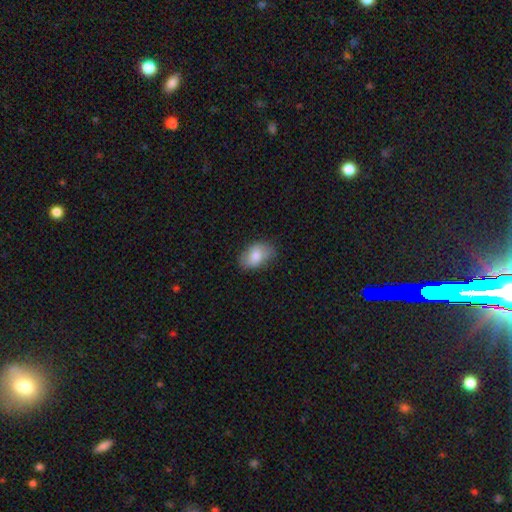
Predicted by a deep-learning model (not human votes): Smooth or featured: smooth — 81% (featured or disk — 12%)
How rounded: in between — 90% (round — 9%)
Merging: none — 77% (minor disturbance — 18%)